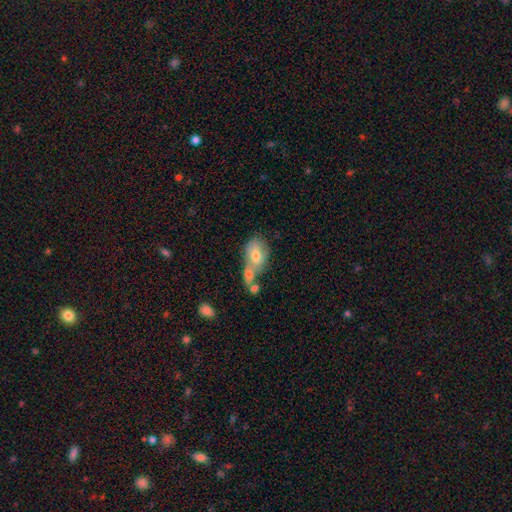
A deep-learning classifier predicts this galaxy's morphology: A smooth galaxy with no disk features (66%) that is in between round and cigar-shaped (82%). Merging: merger (54%).